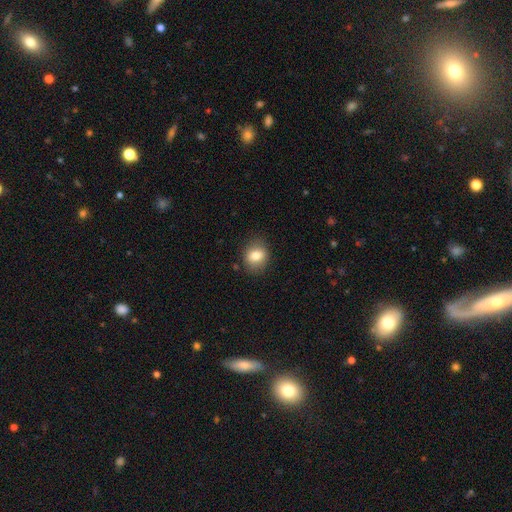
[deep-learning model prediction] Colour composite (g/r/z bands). It shows a smooth galaxy with no disk features (78%) that is round (56%). Merging: none (83%).